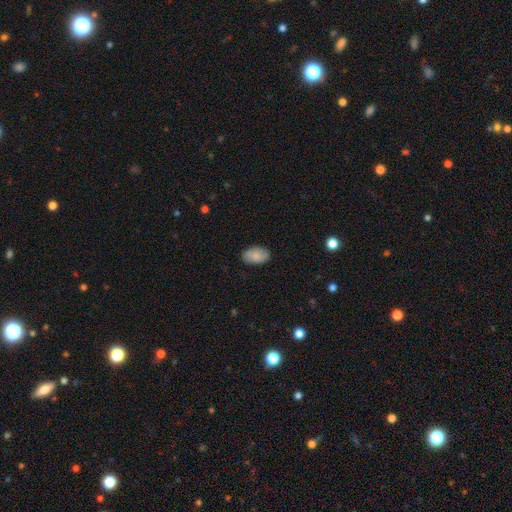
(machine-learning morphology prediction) type=smooth (85%); roundness=in between (93%); merging=none (86%).